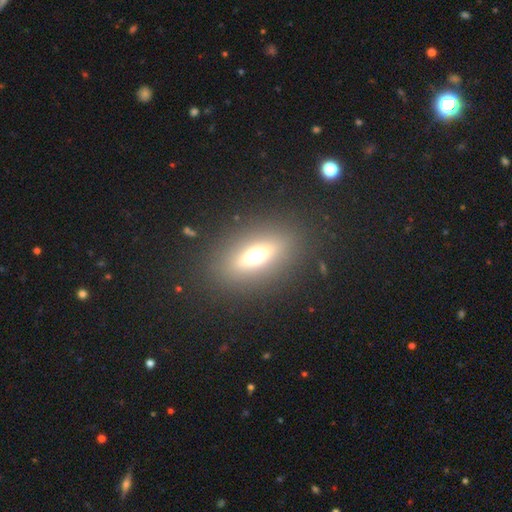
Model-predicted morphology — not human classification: Smooth or featured? Predicted: smooth (p=0.49). Merging? Predicted: none (p=0.85).